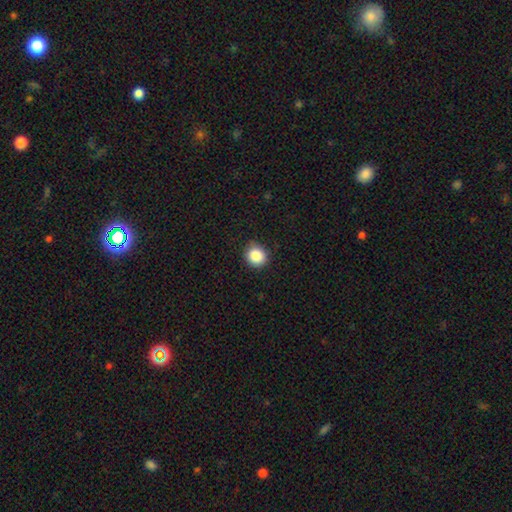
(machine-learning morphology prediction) Smooth or featured: smooth — 88% (star or artifact — 9%)
How rounded: round — 84% (in between — 15%)
Merging: none — 85% (minor disturbance — 12%)